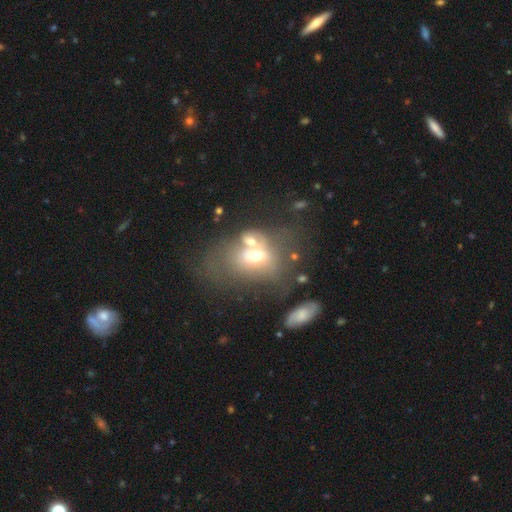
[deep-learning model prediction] Smooth or featured: smooth — 50% (featured or disk — 37%)
Merging: merger — 46% (major disturbance — 21%)